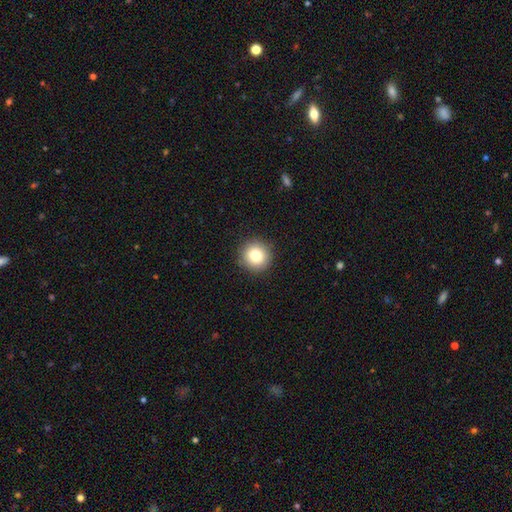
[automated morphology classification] Q: Smooth or featured?
A: smooth (82%); runner-up: star or artifact (10%)
Q: How rounded?
A: round (94%); runner-up: in between (5%)
Q: Merging?
A: none (91%); runner-up: minor disturbance (6%)